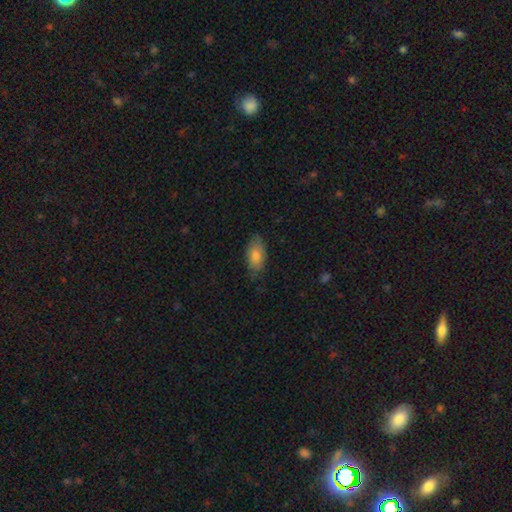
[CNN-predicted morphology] Smooth or featured? smooth (79%)
How rounded? in between (91%)
Merging? none (75%)